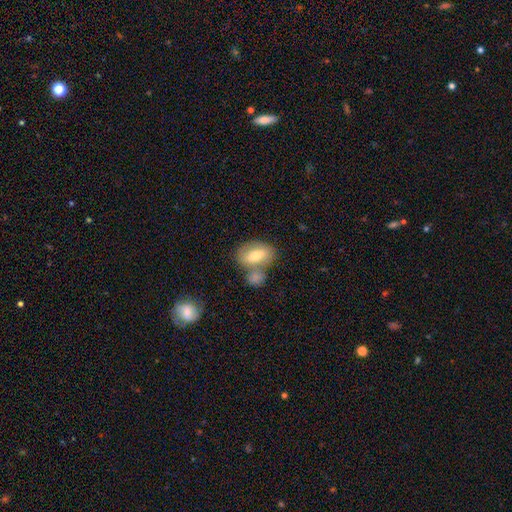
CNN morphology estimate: This is likely a smooth galaxy (65%). How rounded: clearly in between (84%). Merging: possibly none (46%).